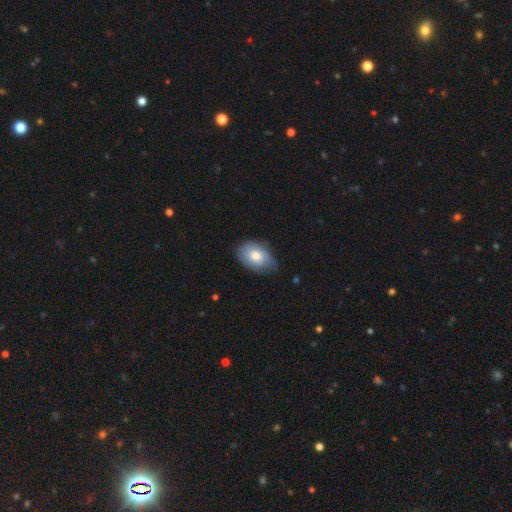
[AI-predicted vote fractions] A smooth galaxy with no disk features (73%) that is in between round and cigar-shaped (85%).

Vote fractions:
- Smooth or featured? smooth: 73% / featured or disk: 21% / star or artifact: 6%
- How rounded? in between: 85% / round: 13% / cigar-shaped: 1%
- Merging? none: 61% / minor disturbance: 32% / major disturbance: 5% / merger: 1%